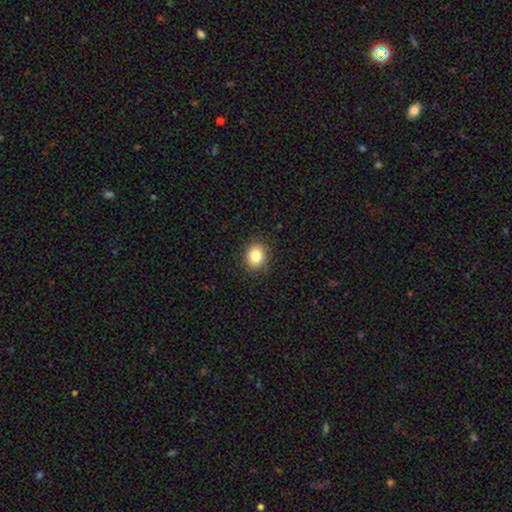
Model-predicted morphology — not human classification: This appears to be a smooth galaxy with no disk features (83%) that is round (66%). Merging: none (89%).